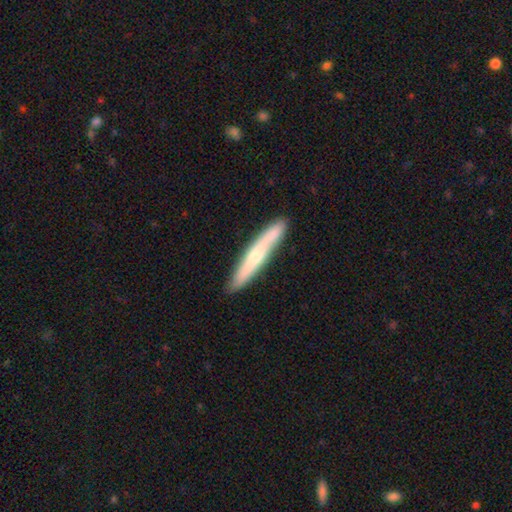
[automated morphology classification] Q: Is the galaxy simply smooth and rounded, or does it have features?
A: featured or disk — 52%.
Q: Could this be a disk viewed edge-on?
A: yes — 86%.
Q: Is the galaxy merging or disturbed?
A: none — 85%.